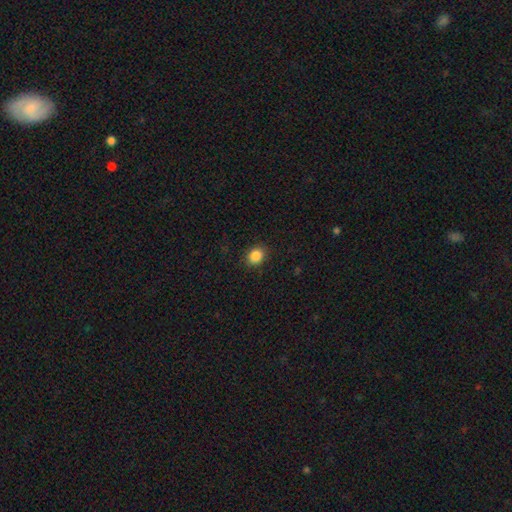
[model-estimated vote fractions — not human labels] Q: Smooth or featured?
A: smooth (87%); runner-up: star or artifact (10%)
Q: How rounded?
A: round (57%); runner-up: in between (42%)
Q: Merging?
A: none (88%); runner-up: minor disturbance (9%)